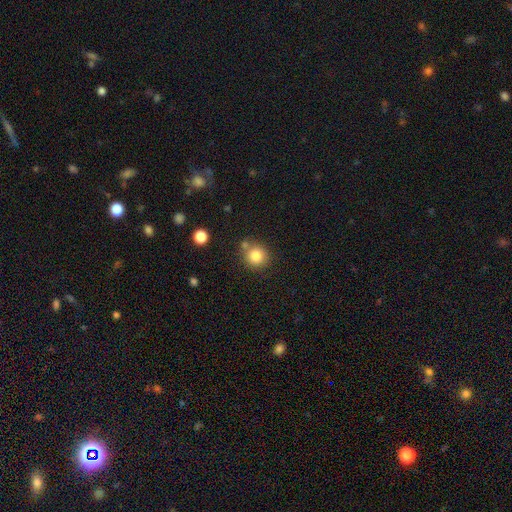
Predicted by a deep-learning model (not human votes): smooth 82%, star or artifact 11%, featured or disk 7%. Down the decision tree: how rounded — round (90%); merging — none (71%).